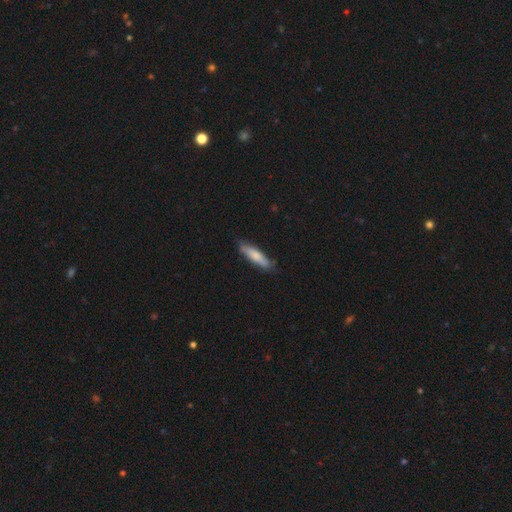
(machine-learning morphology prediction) smooth-or-featured: smooth: 75% | featured or disk: 20% | star or artifact: 5%
  how-rounded: cigar-shaped: 76% | in between: 23% | round: 1%
  merging: none: 80% | minor disturbance: 16% | major disturbance: 3% | merger: 1%